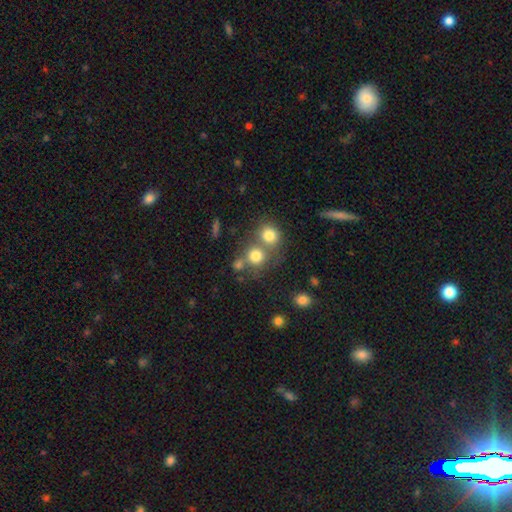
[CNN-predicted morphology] Smooth or featured?
  - smooth: 76% *
  - star or artifact: 13%
  - featured or disk: 10%
How rounded?
  - round: 86% *
  - in between: 13%
  - cigar-shaped: 1%
Merging?
  - none: 47% *
  - merger: 41%
  - minor disturbance: 8%
  - major disturbance: 4%